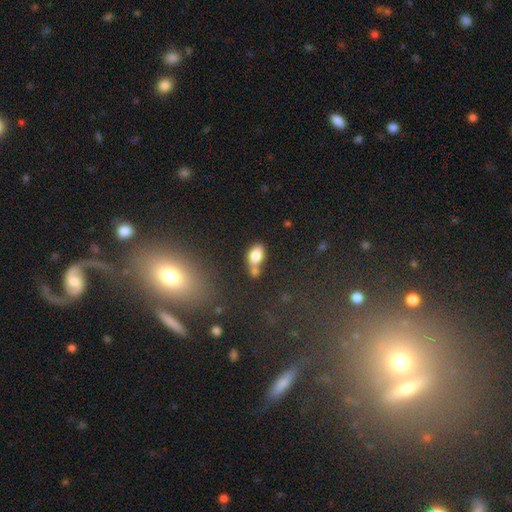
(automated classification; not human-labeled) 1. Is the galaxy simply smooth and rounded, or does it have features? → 80% smooth, 11% featured or disk, 9% star or artifact.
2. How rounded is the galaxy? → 87% in between, 11% round, 2% cigar-shaped.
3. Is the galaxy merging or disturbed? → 44% none, 35% merger, 16% minor disturbance, 6% major disturbance.